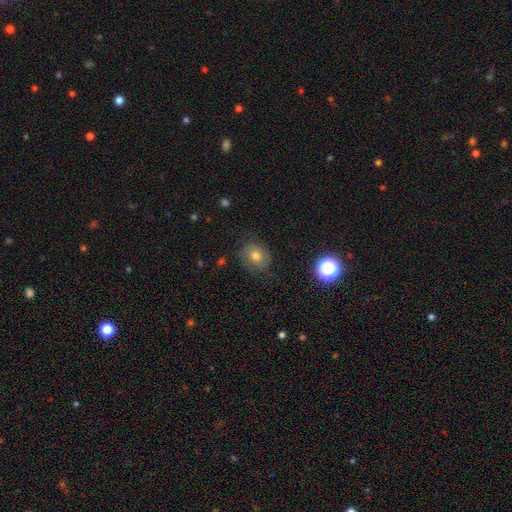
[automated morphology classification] Q: Smooth or featured?
A: smooth (58%); runner-up: featured or disk (26%)
Q: How rounded?
A: round (71%); runner-up: in between (28%)
Q: Merging?
A: none (77%); runner-up: minor disturbance (16%)